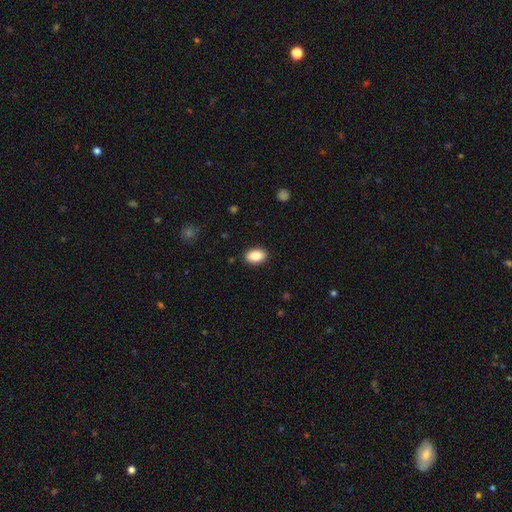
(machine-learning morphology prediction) smooth-or-featured: smooth: 89% | star or artifact: 7% | featured or disk: 4%
  how-rounded: in between: 88% | round: 11% | cigar-shaped: 1%
  merging: none: 90% | minor disturbance: 8% | major disturbance: 2% | merger: 1%